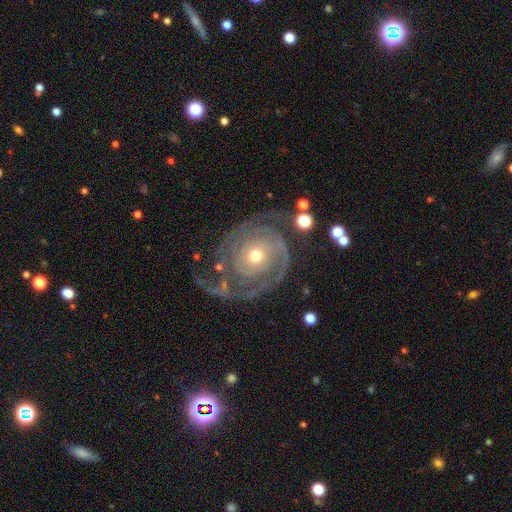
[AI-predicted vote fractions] This appears to be a featured or disk galaxy (88%) with no bar (82%), 2 (52%) tight (72%) spiral arms (95%) and a moderate central bulge (52%). Merging: none (63%).